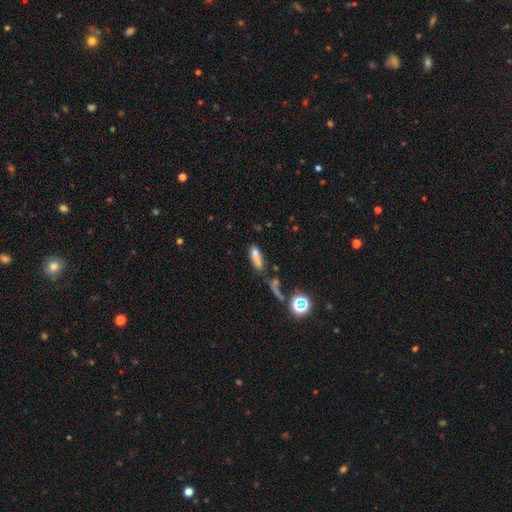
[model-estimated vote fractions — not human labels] Smooth or featured? smooth (60%)
How rounded? in between (60%)
Merging? merger (51%)